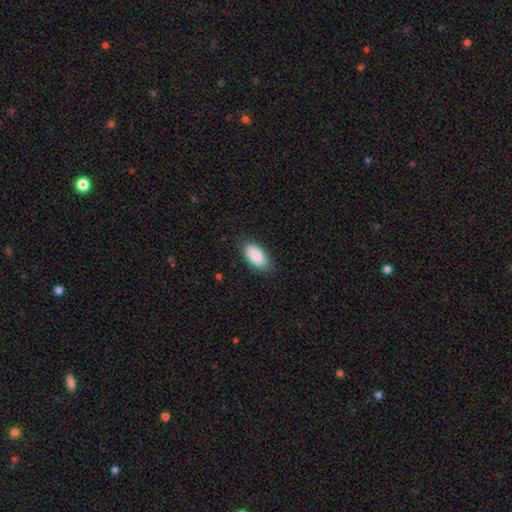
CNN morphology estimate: A smooth galaxy with no disk features (89%) that is in between round and cigar-shaped (91%). Merging: none (82%).